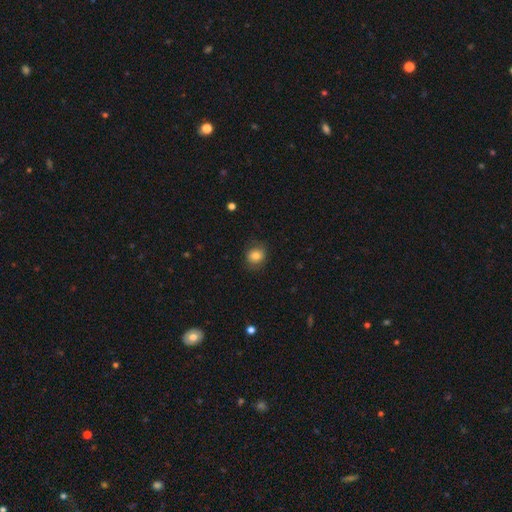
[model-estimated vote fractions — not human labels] A smooth galaxy with no disk features (77%) that is round (73%). Merging: none (77%).